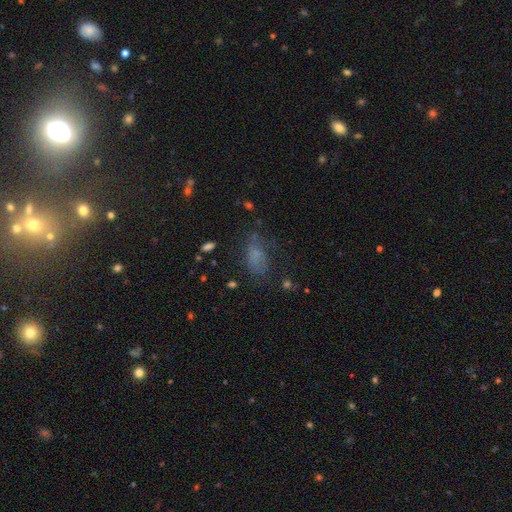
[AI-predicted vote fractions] Smooth or featured: smooth — 61% (star or artifact — 20%)
How rounded: in between — 85% (round — 10%)
Merging: none — 50% (minor disturbance — 25%)